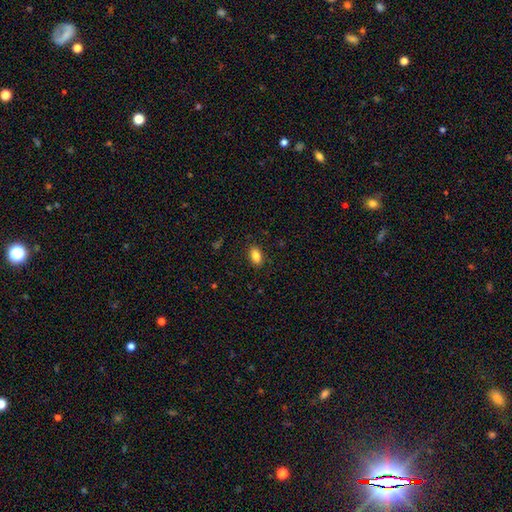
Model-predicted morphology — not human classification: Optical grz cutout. It shows a smooth galaxy with no disk features (85%) that is in between round and cigar-shaped (90%). Merging: none (87%).